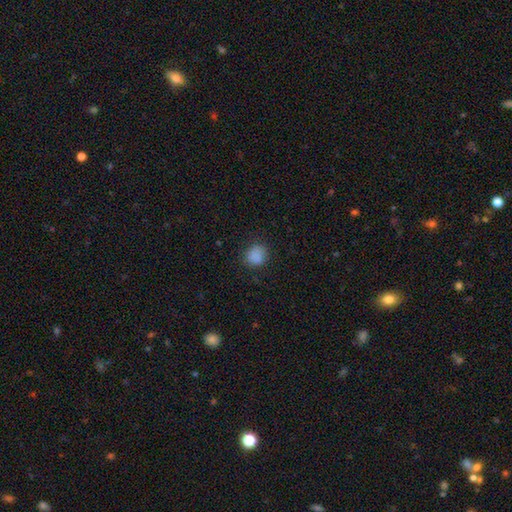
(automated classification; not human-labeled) Q: Smooth or featured?
A: smooth (85%); runner-up: star or artifact (11%)
Q: How rounded?
A: round (71%); runner-up: in between (28%)
Q: Merging?
A: none (80%); runner-up: minor disturbance (15%)